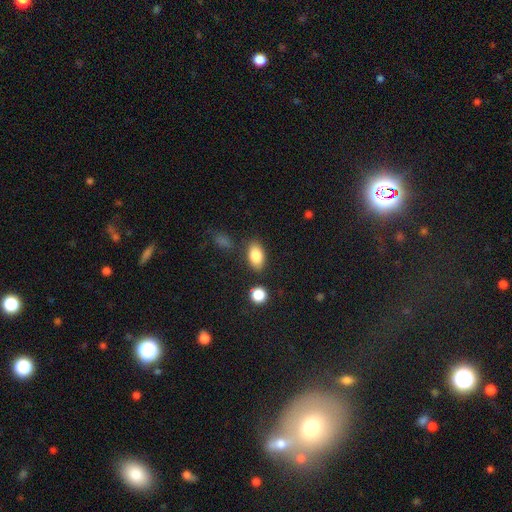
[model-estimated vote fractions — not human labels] This is clearly a smooth galaxy (85%). How rounded: clearly in between (90%). Merging: clearly none (81%).